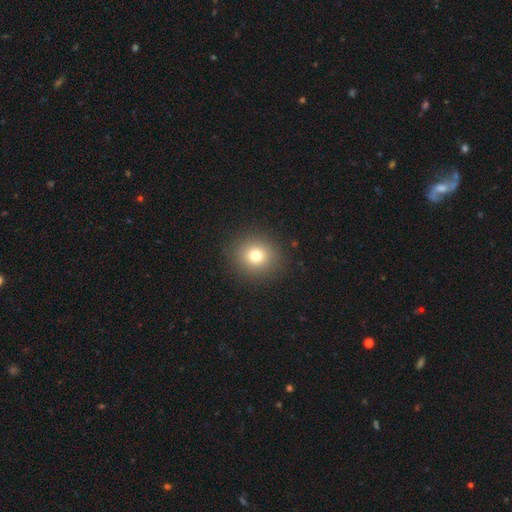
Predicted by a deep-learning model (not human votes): Smooth or featured?
  - smooth: 77% *
  - star or artifact: 14%
  - featured or disk: 9%
How rounded?
  - round: 86% *
  - in between: 13%
  - cigar-shaped: 1%
Merging?
  - none: 90% *
  - minor disturbance: 6%
  - major disturbance: 3%
  - merger: 1%